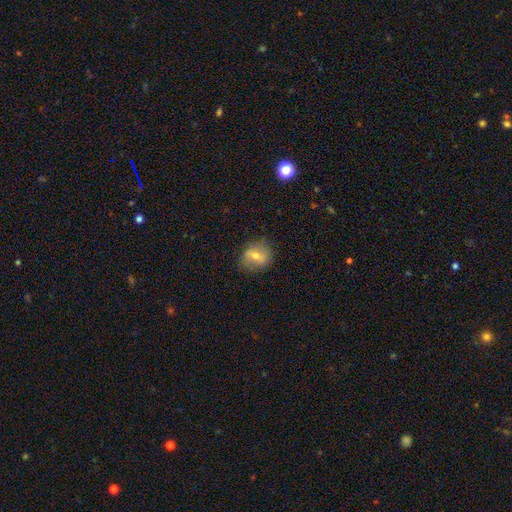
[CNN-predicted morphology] smooth 56%, featured or disk 35%, star or artifact 9%. Down the decision tree: how rounded — round (67%); merging — none (80%).